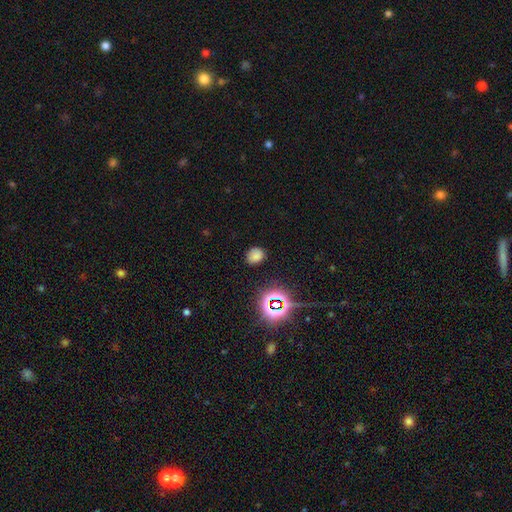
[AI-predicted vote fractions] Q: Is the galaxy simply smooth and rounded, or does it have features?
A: smooth — 71%.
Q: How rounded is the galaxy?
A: round — 55%.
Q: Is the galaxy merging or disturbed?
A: none — 82%.